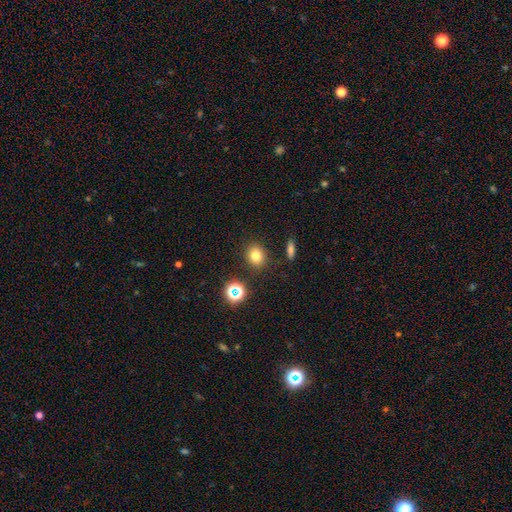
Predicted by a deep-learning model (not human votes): This is likely a smooth galaxy (75%). How rounded: likely round (67%). Merging: clearly none (85%).